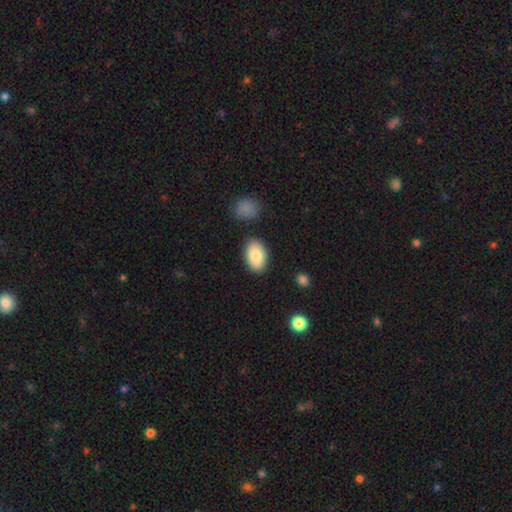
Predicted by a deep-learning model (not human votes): smooth-or-featured: smooth: 86% | featured or disk: 8% | star or artifact: 6%
  how-rounded: in between: 91% | round: 7% | cigar-shaped: 1%
  merging: none: 85% | minor disturbance: 10% | merger: 3% | major disturbance: 2%